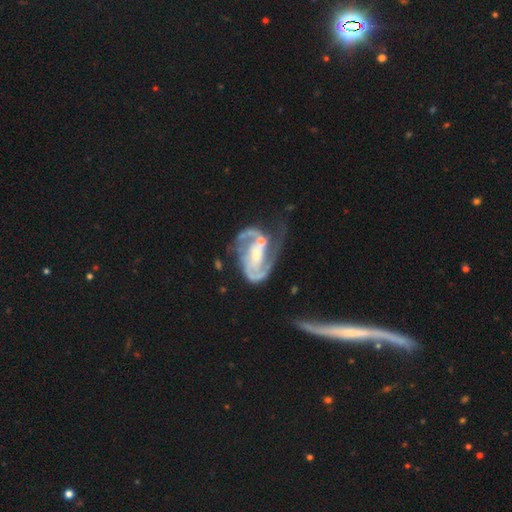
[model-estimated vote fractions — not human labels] Smooth or featured?
  - featured or disk: 90% *
  - smooth: 5%
  - star or artifact: 5%
Edge-on disk?
  - no: 98% *
  - yes: 2%
Bar?
  - weak: 39% *
  - no: 38%
  - strong: 23%
Spiral arms?
  - yes: 96% *
  - no: 4%
Spiral winding?
  - medium: 50% *
  - tight: 30%
  - loose: 20%
Spiral arm count?
  - 2: 77% *
  - can't tell: 7%
  - 1: 6%
  - 3: 6%
  - 4: 2%
  - more than 4: 2%
Bulge size?
  - moderate: 39% *
  - small: 33%
  - none: 15%
  - large: 11%
  - dominant: 2%
Merging?
  - none: 34% *
  - major disturbance: 28%
  - merger: 19%
  - minor disturbance: 19%